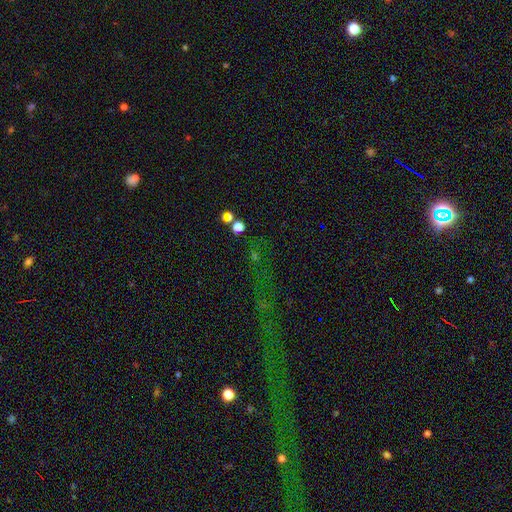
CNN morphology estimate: Smooth or featured: star or artifact — 68% (smooth — 20%)